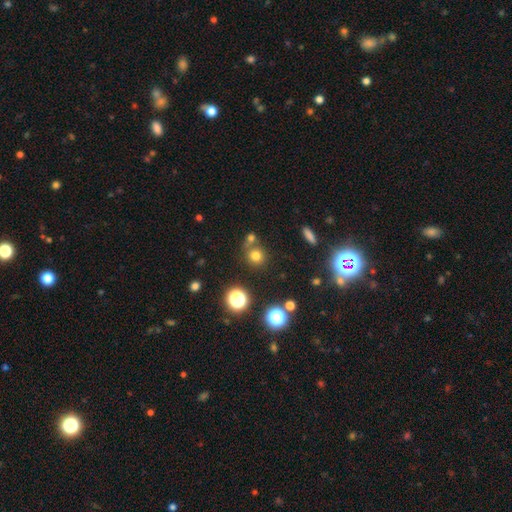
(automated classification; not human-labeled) Smooth or featured? smooth (72%)
How rounded? round (88%)
Merging? none (65%)